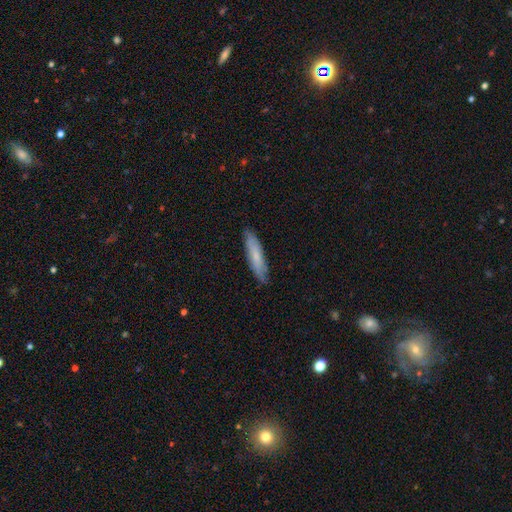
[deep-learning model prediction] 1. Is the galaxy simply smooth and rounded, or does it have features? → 66% smooth, 28% featured or disk, 6% star or artifact.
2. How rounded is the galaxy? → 84% cigar-shaped, 15% in between, 1% round.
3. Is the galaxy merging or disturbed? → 85% none, 12% minor disturbance, 2% major disturbance, 1% merger.